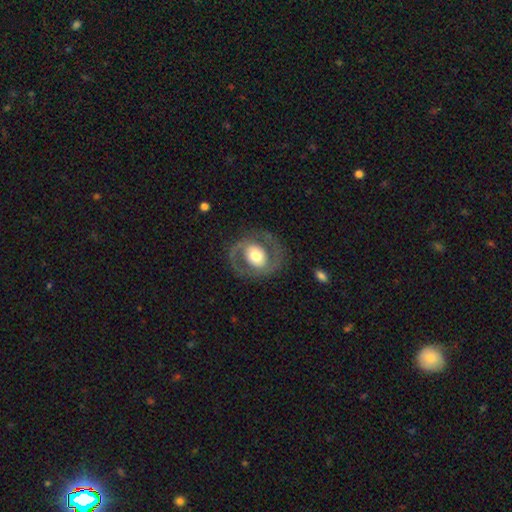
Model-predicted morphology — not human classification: This appears to be a featured or disk galaxy (75%) with no bar (58%), 2 (89%) medium (52%) spiral arms (74%) and a moderate central bulge (51%). Merging: none (81%).